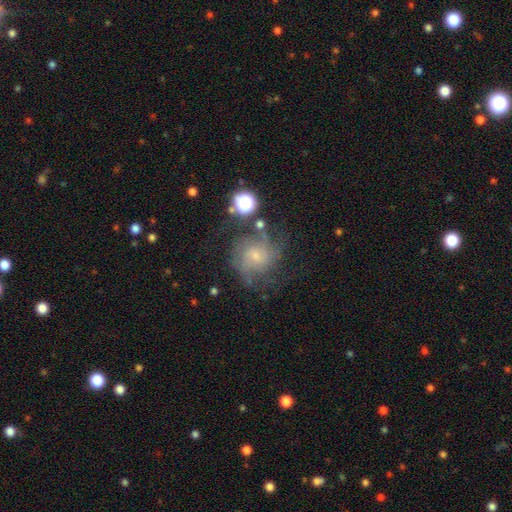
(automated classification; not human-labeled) smooth_or_featured: featured or disk (p=0.68) [alt: smooth p=0.19]
disk_edge_on: no (p=0.98) [alt: yes p=0.02]
bar: no (p=0.63) [alt: weak p=0.32]
has_spiral_arms: yes (p=0.89) [alt: no p=0.11]
spiral_winding: medium (p=0.44) [alt: tight p=0.39]
spiral_arm_count: can't tell (p=0.38) [alt: 2 p=0.26]
bulge_size: small (p=0.64) [alt: moderate p=0.26]
merging: none (p=0.58) [alt: minor disturbance p=0.20]